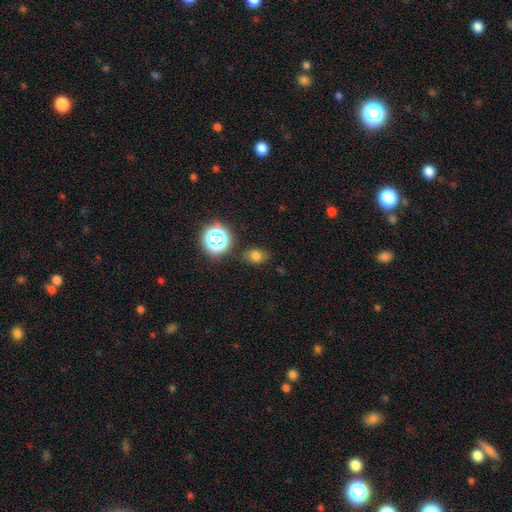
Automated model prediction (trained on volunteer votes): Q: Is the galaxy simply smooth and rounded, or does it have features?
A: smooth — 70%.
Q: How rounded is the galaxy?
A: in between — 63%.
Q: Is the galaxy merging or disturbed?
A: none — 79%.